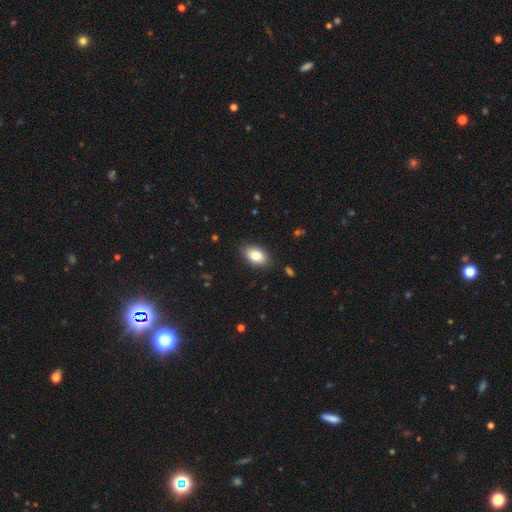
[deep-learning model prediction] Smooth or featured?
  - smooth: 84% *
  - featured or disk: 9%
  - star or artifact: 7%
How rounded?
  - in between: 92% *
  - round: 6%
  - cigar-shaped: 2%
Merging?
  - none: 86% *
  - minor disturbance: 10%
  - major disturbance: 2%
  - merger: 1%